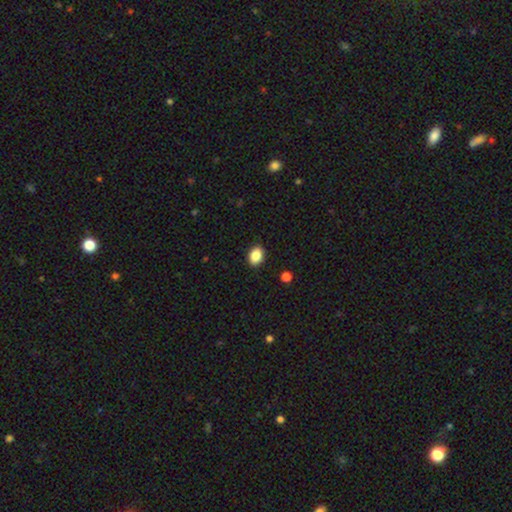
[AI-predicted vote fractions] This is clearly a smooth galaxy (87%). How rounded: likely in between (75%). Merging: clearly none (90%).